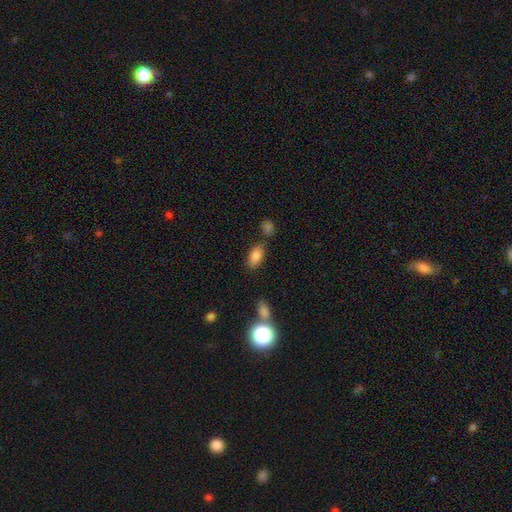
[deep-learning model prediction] A smooth galaxy with no disk features (83%) that is in between round and cigar-shaped (90%).

Vote fractions:
- Smooth or featured? smooth: 83% / star or artifact: 10% / featured or disk: 7%
- How rounded? in between: 90% / cigar-shaped: 6% / round: 4%
- Merging? none: 71% / minor disturbance: 15% / merger: 10% / major disturbance: 5%